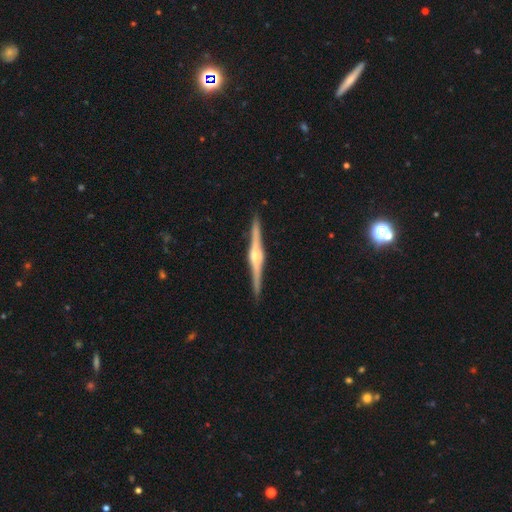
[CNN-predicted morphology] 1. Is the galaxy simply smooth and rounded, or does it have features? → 87% featured or disk, 8% smooth, 5% star or artifact.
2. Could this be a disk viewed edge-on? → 99% yes, 1% no.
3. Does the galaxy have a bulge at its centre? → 85% rounded, 11% boxy, 4% none.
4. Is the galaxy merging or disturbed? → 92% none, 6% minor disturbance, 1% major disturbance, 1% merger.